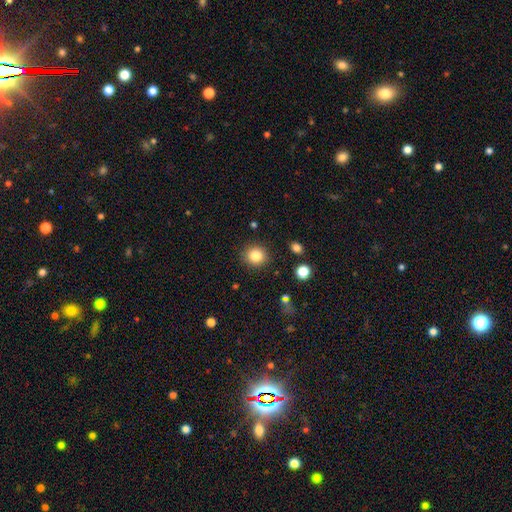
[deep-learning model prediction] Smooth or featured? Predicted: smooth (p=0.83). How rounded? Predicted: round (p=0.89). Merging? Predicted: none (p=0.89).